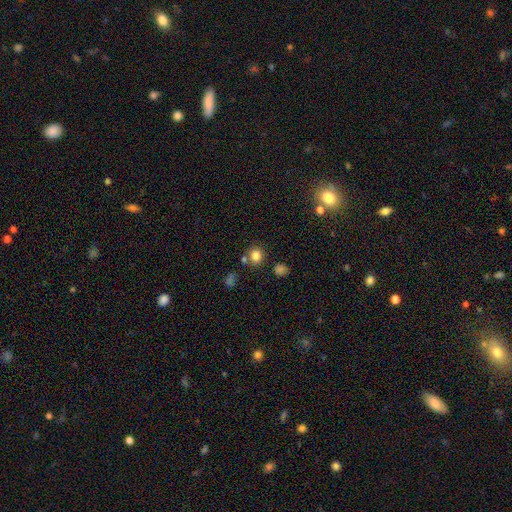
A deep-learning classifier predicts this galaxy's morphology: smooth-or-featured: smooth: 81% | star or artifact: 13% | featured or disk: 6%
  how-rounded: round: 84% | in between: 15% | cigar-shaped: 1%
  merging: none: 76% | merger: 11% | minor disturbance: 10% | major disturbance: 4%